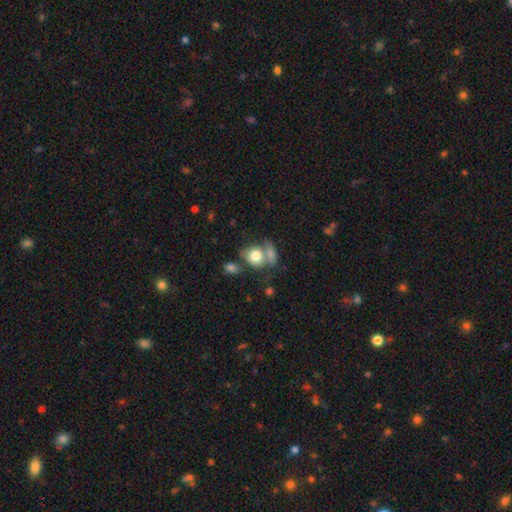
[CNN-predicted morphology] smooth_or_featured: smooth (p=0.78) [alt: featured or disk p=0.14]
how_rounded: round (p=0.66) [alt: in between p=0.33]
merging: merger (p=0.43) [alt: none p=0.36]